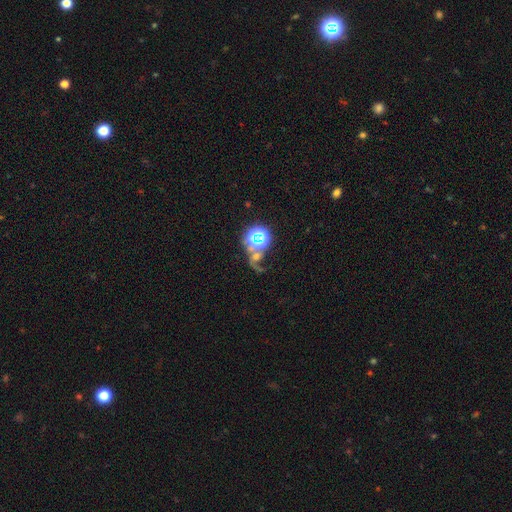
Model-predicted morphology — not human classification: Q: Smooth or featured?
A: star or artifact (46%); runner-up: featured or disk (29%)